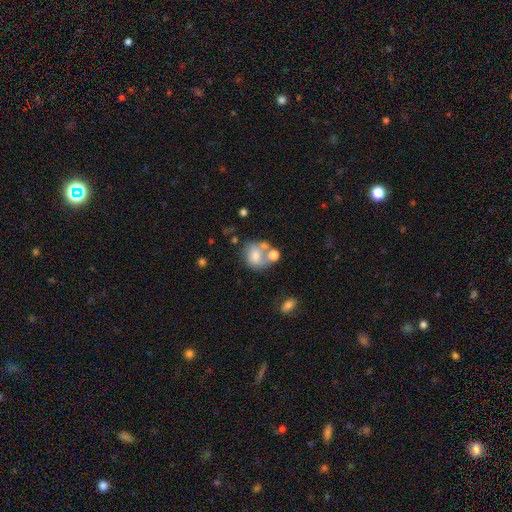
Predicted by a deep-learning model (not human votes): Q: Smooth or featured?
A: smooth (58%); runner-up: featured or disk (32%)
Q: How rounded?
A: round (63%); runner-up: in between (36%)
Q: Merging?
A: merger (36%); runner-up: none (33%)